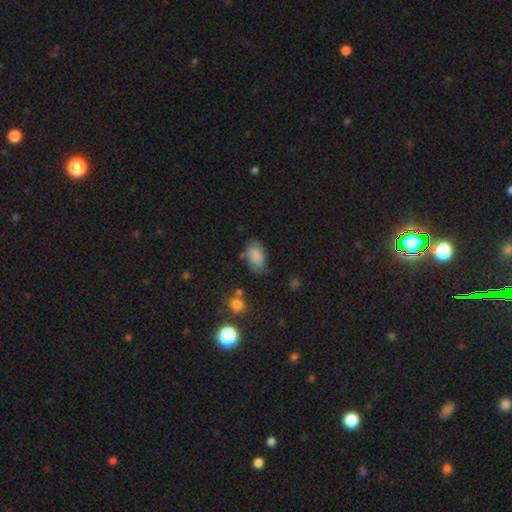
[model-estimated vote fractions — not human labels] Smooth or featured? Predicted: smooth (p=0.85). How rounded? Predicted: in between (p=0.92). Merging? Predicted: none (p=0.70).